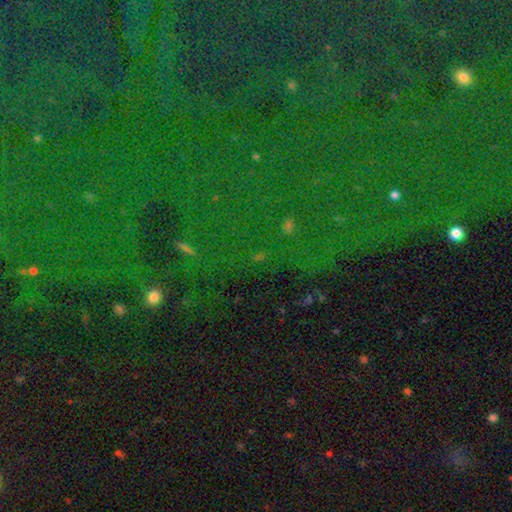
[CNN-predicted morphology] This is likely a star or artifact rather than a galaxy (77%).